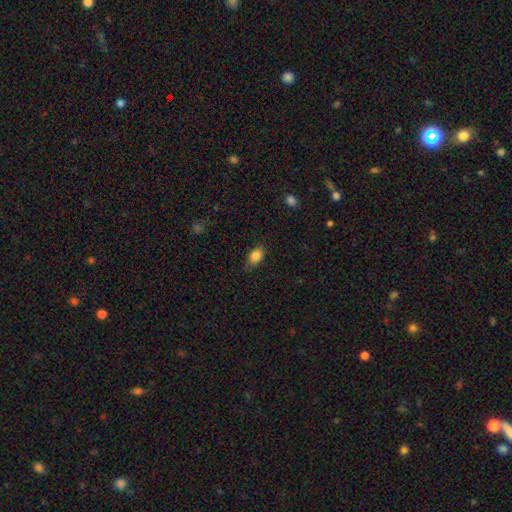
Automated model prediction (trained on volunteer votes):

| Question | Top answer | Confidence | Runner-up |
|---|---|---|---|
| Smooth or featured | smooth | 86% | star or artifact (9%) |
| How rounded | in between | 85% | round (13%) |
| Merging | none | 79% | minor disturbance (17%) |